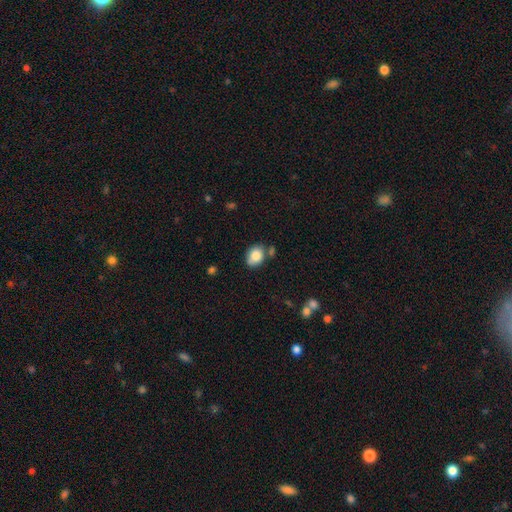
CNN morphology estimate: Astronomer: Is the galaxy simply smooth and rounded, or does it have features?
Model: smooth — 82%.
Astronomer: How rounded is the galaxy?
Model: in between — 58% (runner-up: round, 41%).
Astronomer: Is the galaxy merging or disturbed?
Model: none — 66%.